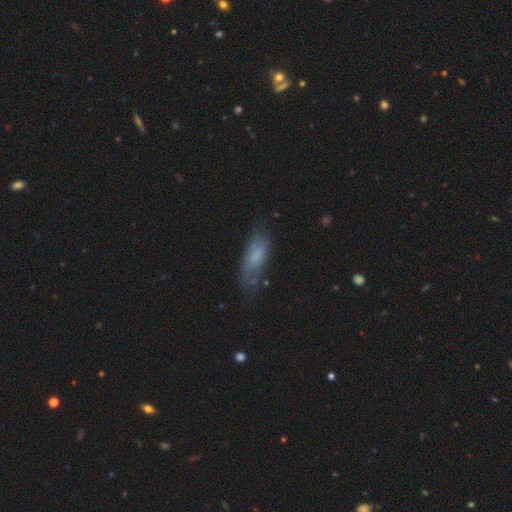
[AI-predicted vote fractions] smooth 68%, featured or disk 24%, star or artifact 8%. Down the decision tree: how rounded — in between (67%); merging — none (57%).